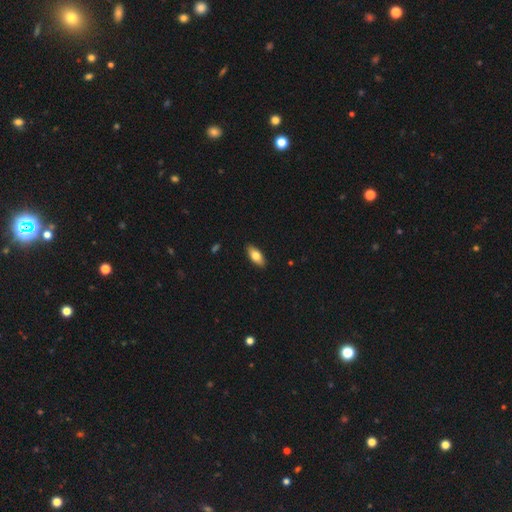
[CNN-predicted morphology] Q: Smooth or featured?
A: smooth (75%); runner-up: featured or disk (19%)
Q: How rounded?
A: in between (85%); runner-up: cigar-shaped (12%)
Q: Merging?
A: none (90%); runner-up: minor disturbance (8%)